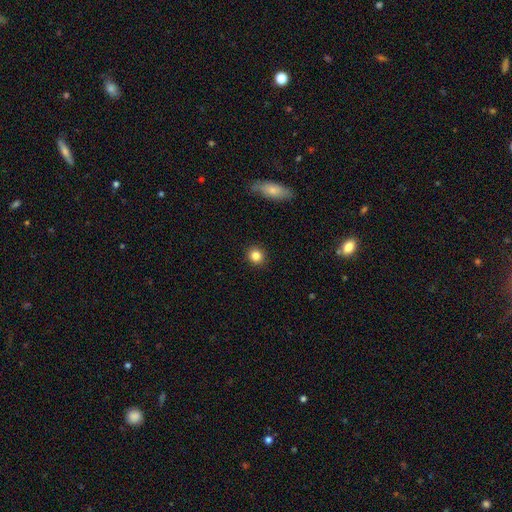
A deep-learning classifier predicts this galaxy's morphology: smooth-or-featured: smooth: 84% | star or artifact: 11% | featured or disk: 5%
  how-rounded: round: 88% | in between: 11% | cigar-shaped: 1%
  merging: none: 91% | minor disturbance: 6% | major disturbance: 2% | merger: 1%